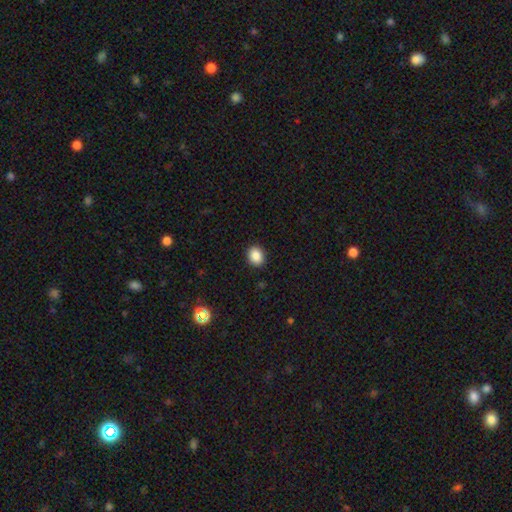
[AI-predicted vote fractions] smooth 87%, star or artifact 9%, featured or disk 4%. Down the decision tree: how rounded — in between (53%); merging — none (90%).